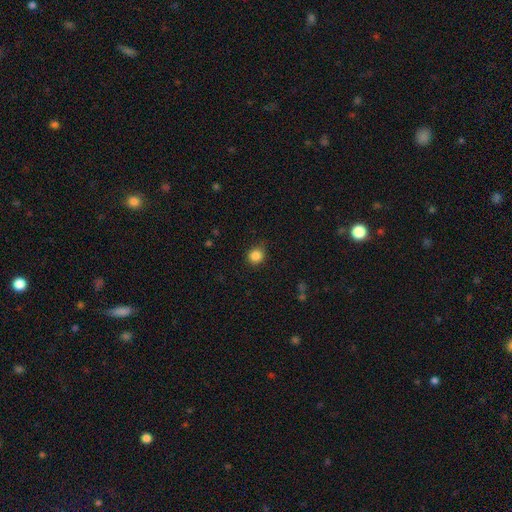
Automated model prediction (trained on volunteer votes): smooth-or-featured: smooth: 86% | star or artifact: 11% | featured or disk: 3%
  how-rounded: round: 89% | in between: 10% | cigar-shaped: 1%
  merging: none: 85% | minor disturbance: 11% | major disturbance: 3% | merger: 1%